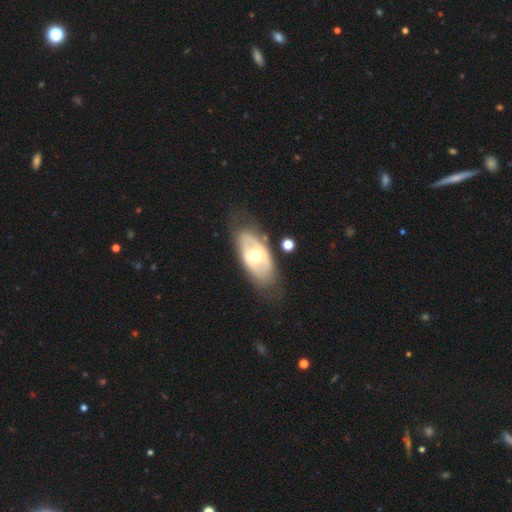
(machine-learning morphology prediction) A featured or disk galaxy (64%) with no bar (78%), no spiral arms (75%) and a moderate central bulge (73%).

Vote fractions:
- Smooth or featured? featured or disk: 64% / smooth: 31% / star or artifact: 5%
- Edge-on disk? no: 89% / yes: 11%
- Bar? no: 78% / weak: 15% / strong: 6%
- Spiral arms? no: 75% / yes: 25%
- Bulge size? moderate: 73% / small: 16% / large: 9% / dominant: 1% / none: 1%
- Merging? none: 71% / minor disturbance: 18% / major disturbance: 8% / merger: 3%